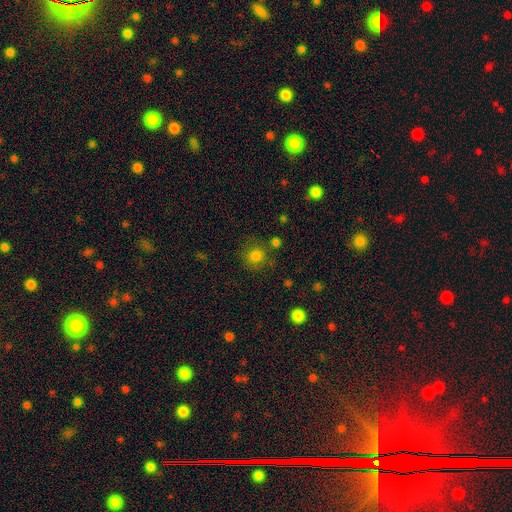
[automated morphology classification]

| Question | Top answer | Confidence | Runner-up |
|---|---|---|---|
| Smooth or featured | smooth | 80% | star or artifact (14%) |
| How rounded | round | 90% | in between (9%) |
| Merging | none | 75% | minor disturbance (13%) |